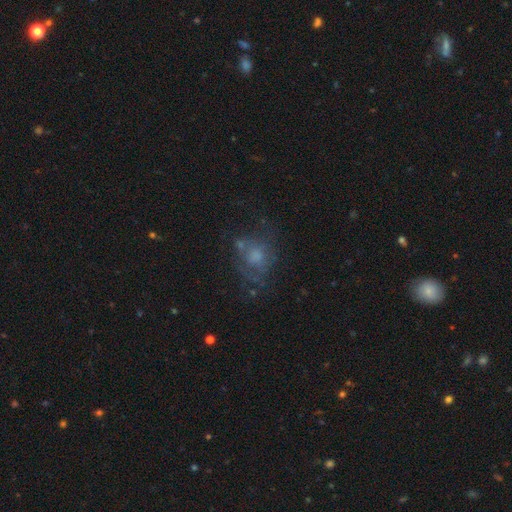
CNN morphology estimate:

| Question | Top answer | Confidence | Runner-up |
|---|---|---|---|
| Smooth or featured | smooth | 47% | featured or disk (37%) |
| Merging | none | 49% | major disturbance (22%) |